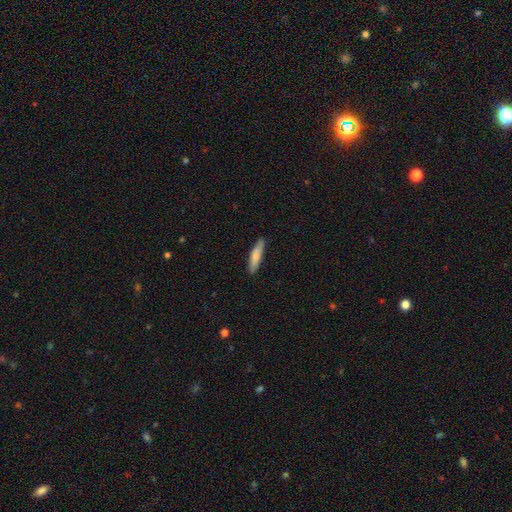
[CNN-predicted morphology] type=smooth (81%); roundness=cigar-shaped (80%); merging=none (86%).